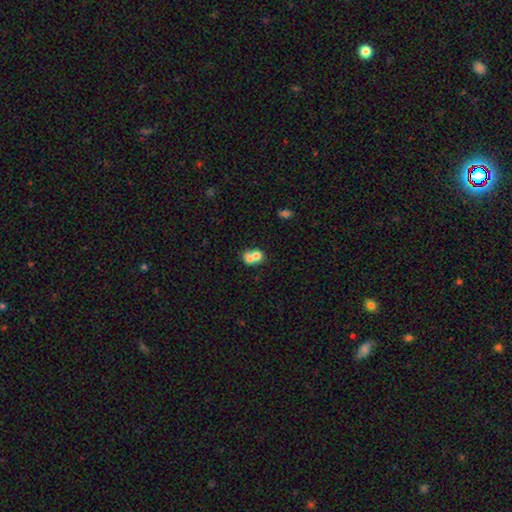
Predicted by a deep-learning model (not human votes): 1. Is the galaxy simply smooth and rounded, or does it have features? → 67% smooth, 23% featured or disk, 9% star or artifact.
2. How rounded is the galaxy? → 57% round, 42% in between, 1% cigar-shaped.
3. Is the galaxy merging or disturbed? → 70% merger, 20% none, 6% minor disturbance, 4% major disturbance.